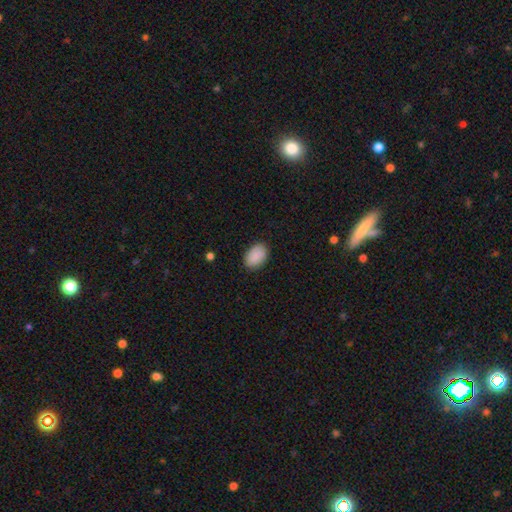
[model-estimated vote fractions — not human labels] The model was most divided on "merging": none: 85%, minor disturbance: 11%, major disturbance: 2%, merger: 1%. More confident: smooth or featured — smooth (89%); how rounded — in between (88%).